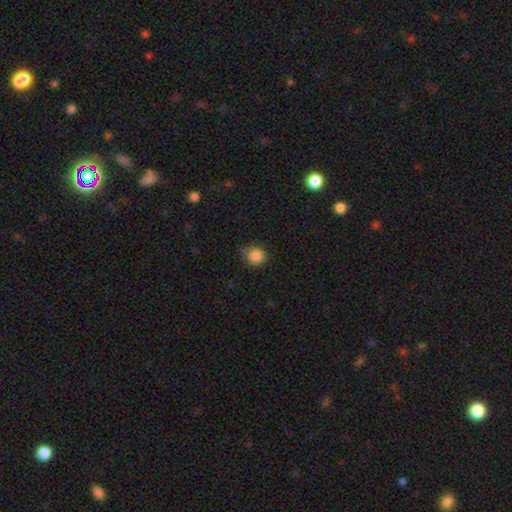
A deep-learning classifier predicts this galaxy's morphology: Overall: smooth (86%). How rounded: round (82%). Merging: none (73%).